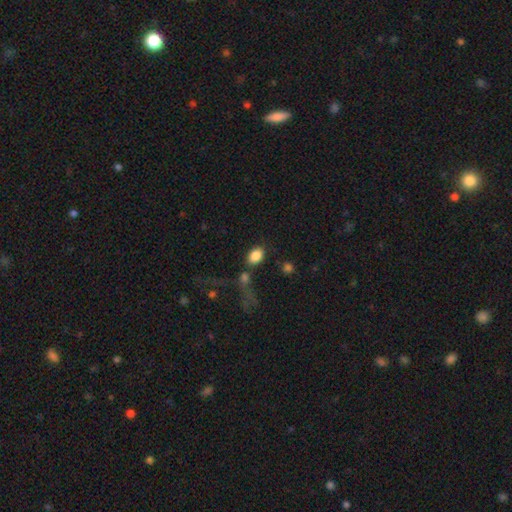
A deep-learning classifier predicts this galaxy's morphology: Q: Smooth or featured?
A: smooth (86%); runner-up: star or artifact (8%)
Q: How rounded?
A: in between (84%); runner-up: round (15%)
Q: Merging?
A: none (65%); runner-up: merger (14%)